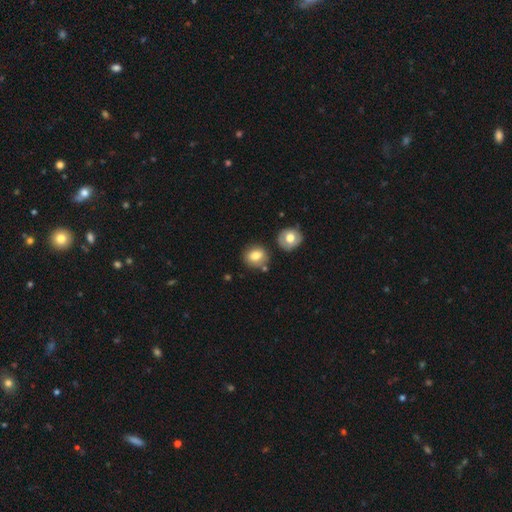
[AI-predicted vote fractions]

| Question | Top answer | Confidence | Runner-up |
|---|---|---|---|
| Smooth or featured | smooth | 78% | featured or disk (12%) |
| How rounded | round | 65% | in between (34%) |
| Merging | none | 74% | minor disturbance (14%) |